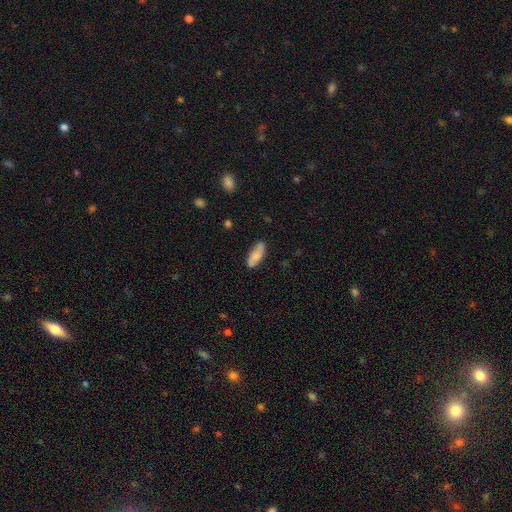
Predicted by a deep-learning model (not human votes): Smooth or featured?
  - smooth: 76% *
  - featured or disk: 17%
  - star or artifact: 7%
How rounded?
  - in between: 75% *
  - cigar-shaped: 23%
  - round: 2%
Merging?
  - none: 74% *
  - minor disturbance: 19%
  - major disturbance: 4%
  - merger: 3%